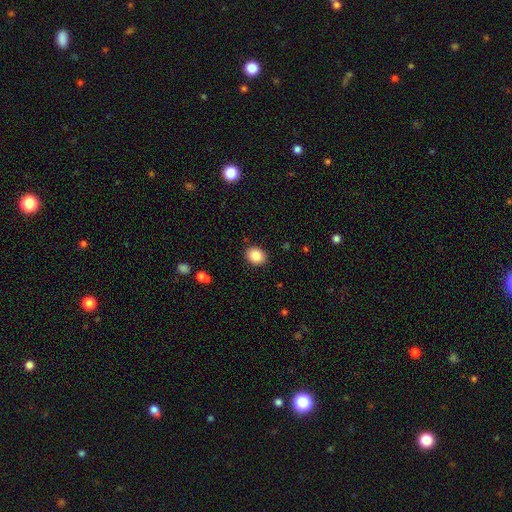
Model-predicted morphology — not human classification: Overall: smooth (86%). How rounded: in between (51%; round 48%). Merging: none (90%).